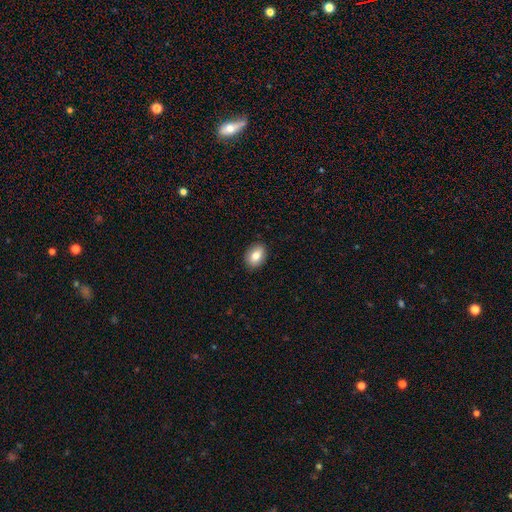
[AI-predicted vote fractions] smooth_or_featured: smooth (p=0.80) [alt: featured or disk p=0.12]
how_rounded: in between (p=0.77) [alt: round p=0.22]
merging: none (p=0.89) [alt: minor disturbance p=0.08]